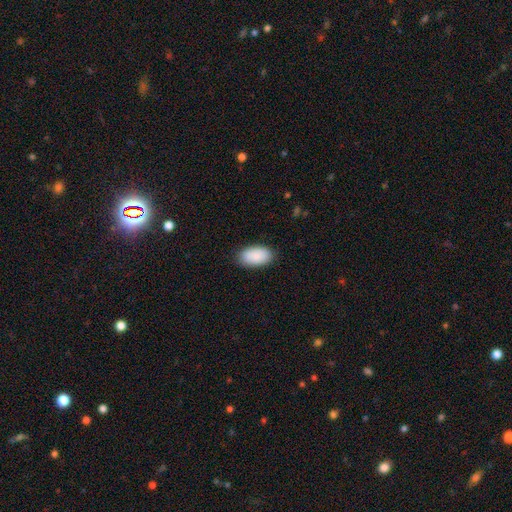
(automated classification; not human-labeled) Smooth or featured: smooth — 90% (star or artifact — 6%)
How rounded: in between — 95% (round — 3%)
Merging: none — 87% (minor disturbance — 10%)